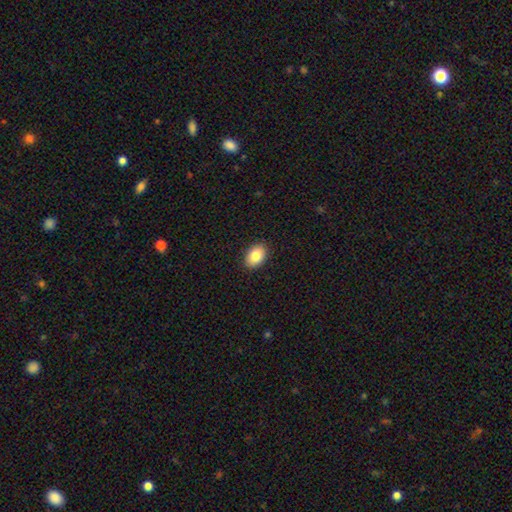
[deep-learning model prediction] This appears to be a smooth galaxy with no disk features (84%) that is in between round and cigar-shaped (84%). Merging: none (90%).